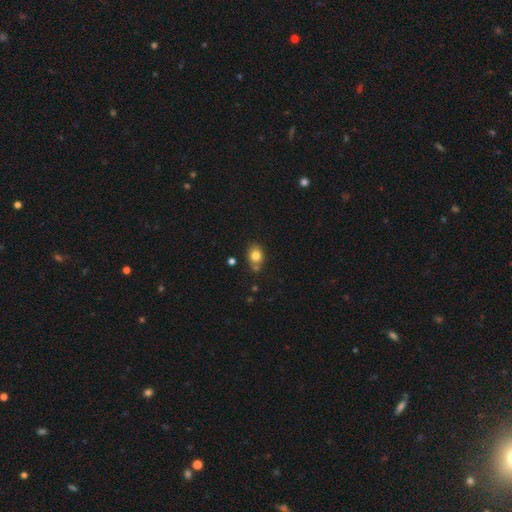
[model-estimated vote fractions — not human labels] This appears to be a smooth galaxy with no disk features (80%) that is round (51%). Merging: none (68%).